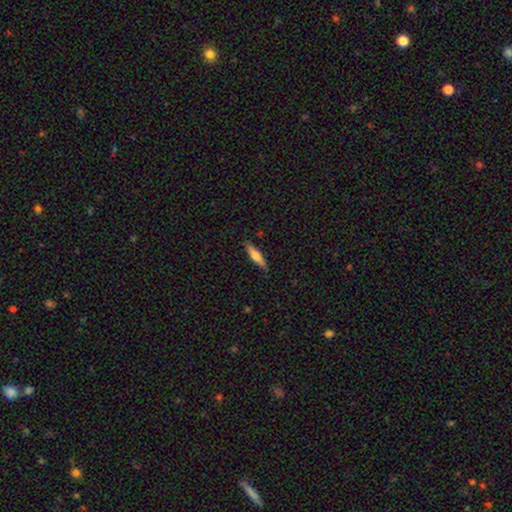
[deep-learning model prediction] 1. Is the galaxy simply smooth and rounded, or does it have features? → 63% smooth, 32% featured or disk, 6% star or artifact.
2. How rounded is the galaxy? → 78% cigar-shaped, 20% in between, 2% round.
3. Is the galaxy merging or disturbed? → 81% none, 15% minor disturbance, 3% major disturbance, 1% merger.